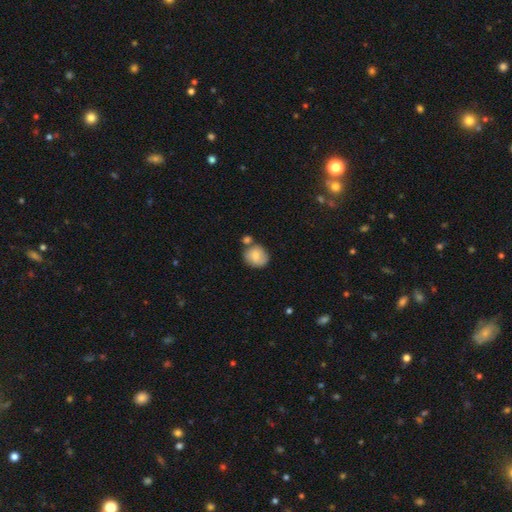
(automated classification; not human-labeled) smooth_or_featured: smooth (p=0.76) [alt: featured or disk p=0.17]
how_rounded: round (p=0.73) [alt: in between p=0.26]
merging: none (p=0.55) [alt: merger p=0.23]